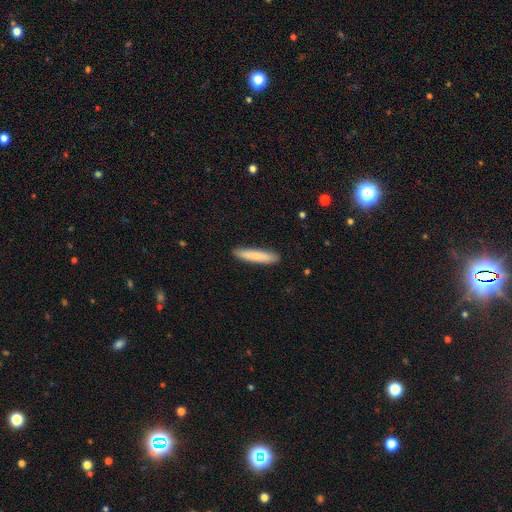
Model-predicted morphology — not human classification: Smooth or featured? smooth (76%)
How rounded? cigar-shaped (86%)
Merging? none (90%)